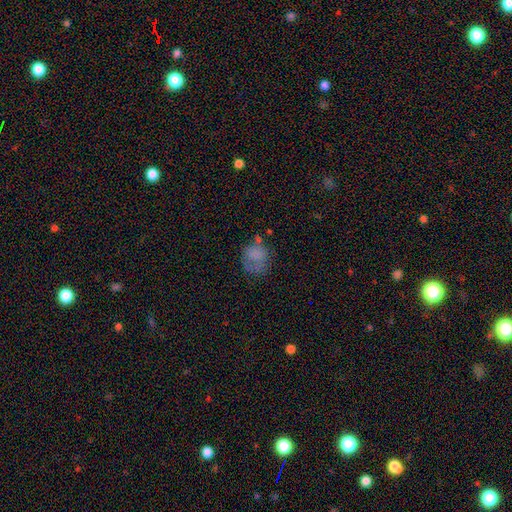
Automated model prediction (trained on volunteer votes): smooth 70%, featured or disk 19%, star or artifact 11%. Down the decision tree: how rounded — round (71%); merging — none (43%).